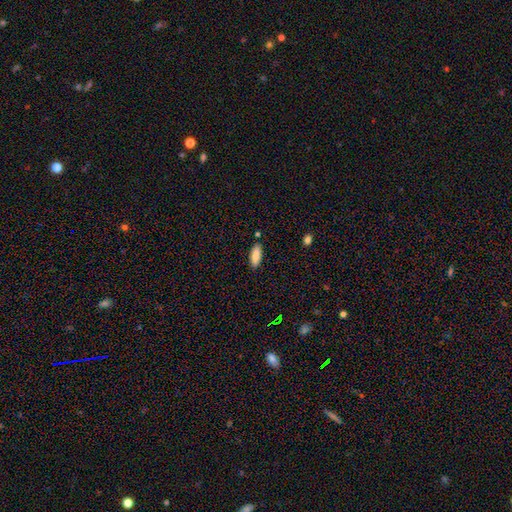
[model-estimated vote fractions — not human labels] Smooth or featured?
  - smooth: 87% *
  - star or artifact: 7%
  - featured or disk: 6%
How rounded?
  - in between: 67% *
  - cigar-shaped: 31%
  - round: 2%
Merging?
  - none: 85% *
  - minor disturbance: 10%
  - merger: 3%
  - major disturbance: 2%